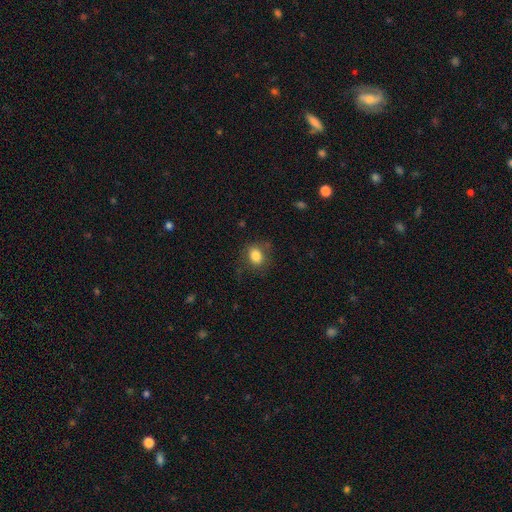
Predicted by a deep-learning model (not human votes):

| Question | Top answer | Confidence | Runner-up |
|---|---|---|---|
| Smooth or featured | smooth | 83% | star or artifact (9%) |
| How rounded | in between | 51% | round (48%) |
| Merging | none | 74% | minor disturbance (17%) |